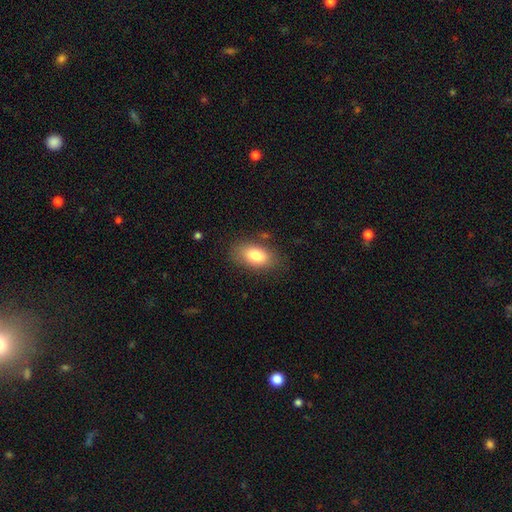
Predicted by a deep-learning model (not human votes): This is clearly a smooth galaxy (81%). How rounded: clearly in between (91%). Merging: likely none (80%).